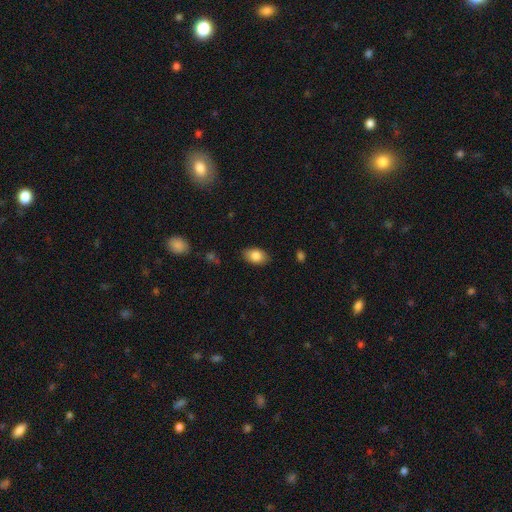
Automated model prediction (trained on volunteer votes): smooth_or_featured: smooth (p=0.83) [alt: featured or disk p=0.09]
how_rounded: in between (p=0.88) [alt: round p=0.10]
merging: none (p=0.86) [alt: minor disturbance p=0.11]